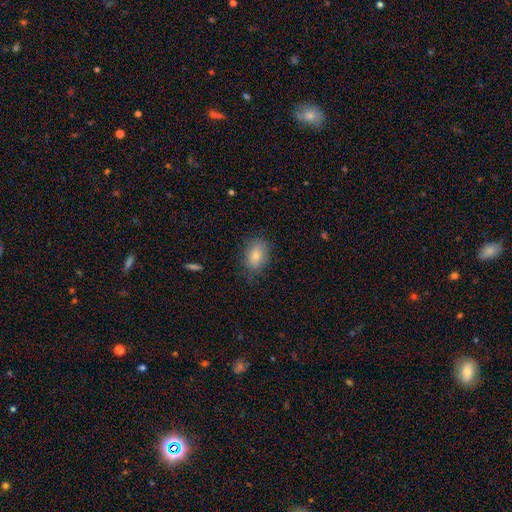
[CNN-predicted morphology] A smooth galaxy with no disk features (82%) that is in between round and cigar-shaped (80%).

Vote fractions:
- Smooth or featured? smooth: 82% / featured or disk: 10% / star or artifact: 8%
- How rounded? in between: 80% / round: 18% / cigar-shaped: 2%
- Merging? none: 76% / minor disturbance: 18% / major disturbance: 5% / merger: 1%